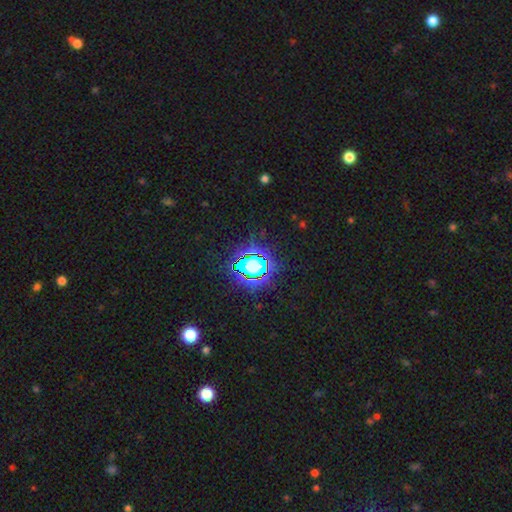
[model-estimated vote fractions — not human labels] Smooth or featured: star or artifact — 77% (smooth — 15%)